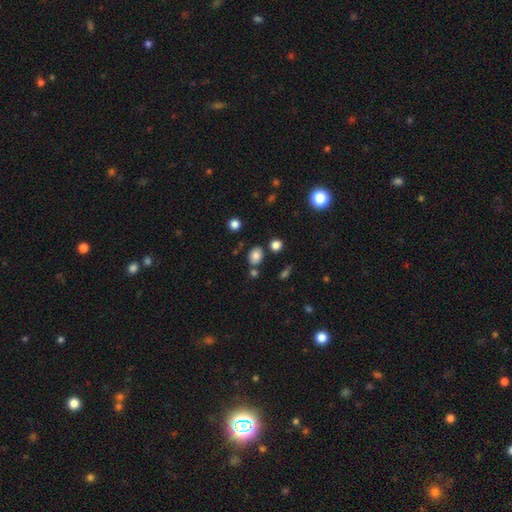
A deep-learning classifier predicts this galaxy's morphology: A smooth galaxy with no disk features (78%) that is in between round and cigar-shaped (55%).

Vote fractions:
- Smooth or featured? smooth: 78% / star or artifact: 12% / featured or disk: 10%
- How rounded? in between: 55% / round: 44% / cigar-shaped: 1%
- Merging? none: 74% / minor disturbance: 12% / merger: 10% / major disturbance: 3%